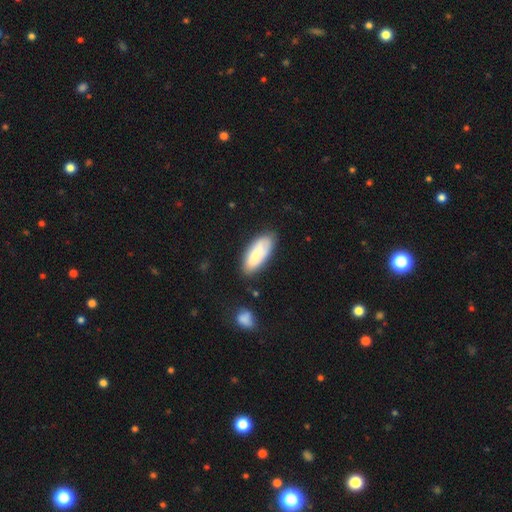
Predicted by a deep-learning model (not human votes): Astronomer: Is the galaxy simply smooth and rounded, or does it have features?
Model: smooth — 63%.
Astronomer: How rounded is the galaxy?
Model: in between — 84%.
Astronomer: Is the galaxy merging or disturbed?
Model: none — 72%.